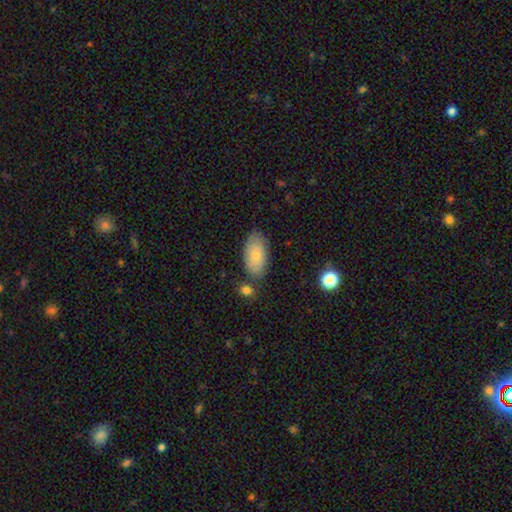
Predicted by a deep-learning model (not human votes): Smooth or featured? Predicted: smooth (p=0.82). How rounded? Predicted: in between (p=0.94). Merging? Predicted: none (p=0.76).